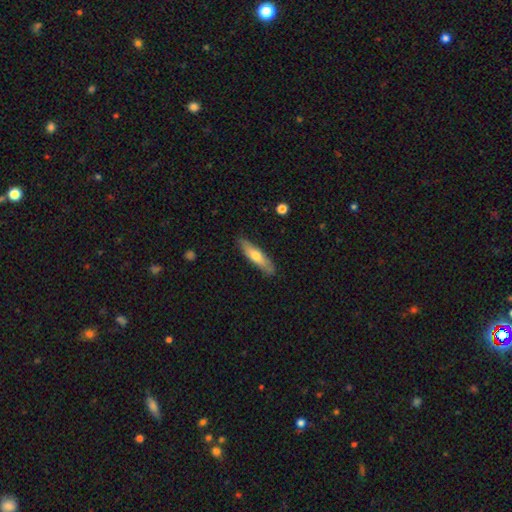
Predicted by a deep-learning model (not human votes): smooth-or-featured: smooth: 60% | featured or disk: 35% | star or artifact: 5%
  how-rounded: cigar-shaped: 74% | in between: 24% | round: 2%
  merging: none: 86% | minor disturbance: 11% | major disturbance: 2% | merger: 1%